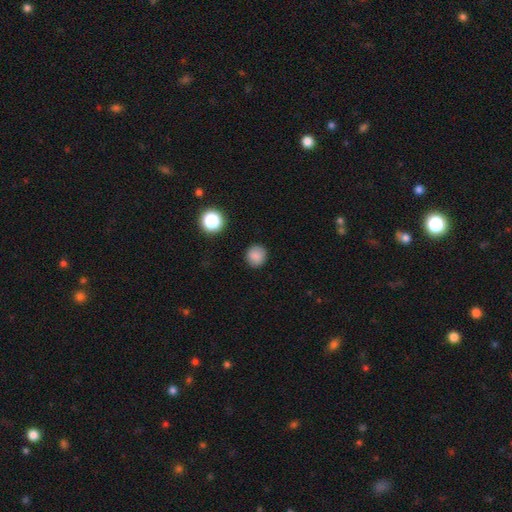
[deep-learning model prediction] This is clearly a smooth galaxy (84%). How rounded: clearly round (91%). Merging: clearly none (89%).